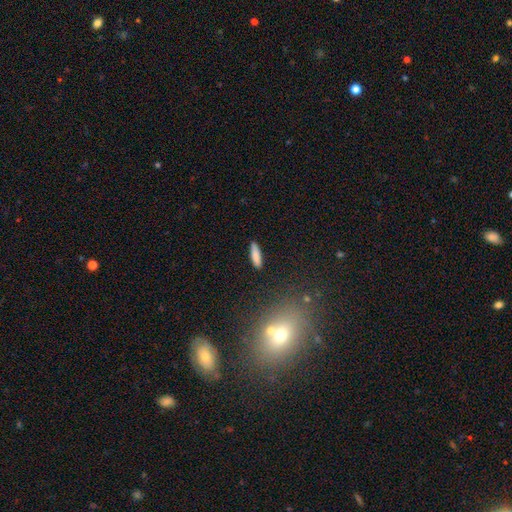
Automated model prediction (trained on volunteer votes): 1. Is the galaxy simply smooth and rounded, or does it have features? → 85% smooth, 8% featured or disk, 7% star or artifact.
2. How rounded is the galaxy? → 67% cigar-shaped, 31% in between, 2% round.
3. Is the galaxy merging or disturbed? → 86% none, 10% minor disturbance, 2% major disturbance, 2% merger.